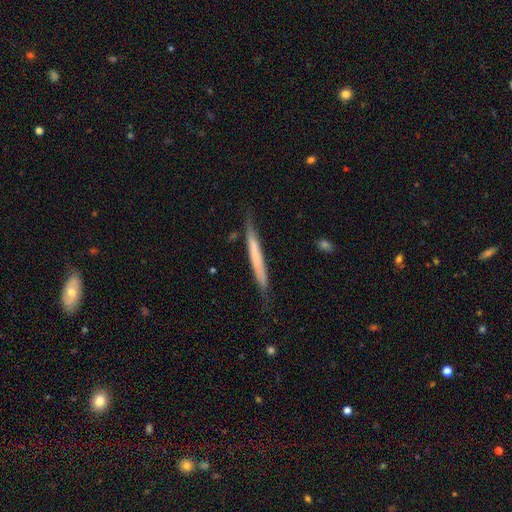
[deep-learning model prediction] smooth_or_featured: smooth (p=0.51) [alt: featured or disk p=0.43]
how_rounded: cigar-shaped (p=0.97) [alt: in between p=0.02]
merging: none (p=0.75) [alt: minor disturbance p=0.19]